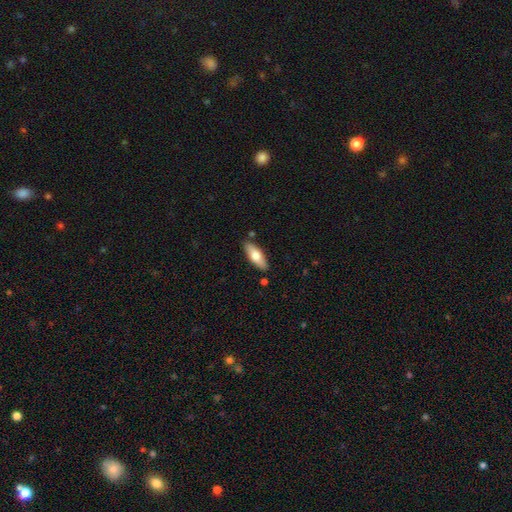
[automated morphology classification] A smooth galaxy with no disk features (70%) that is in between round and cigar-shaped (67%). Merging: none (84%).